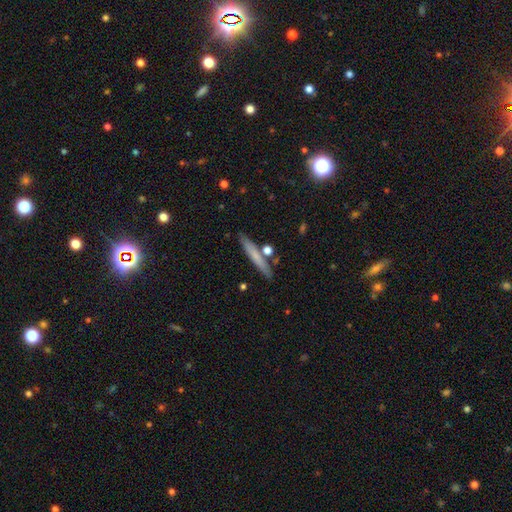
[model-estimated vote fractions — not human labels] Q: Smooth or featured?
A: smooth (63%); runner-up: featured or disk (30%)
Q: How rounded?
A: cigar-shaped (95%); runner-up: in between (4%)
Q: Merging?
A: none (85%); runner-up: minor disturbance (9%)